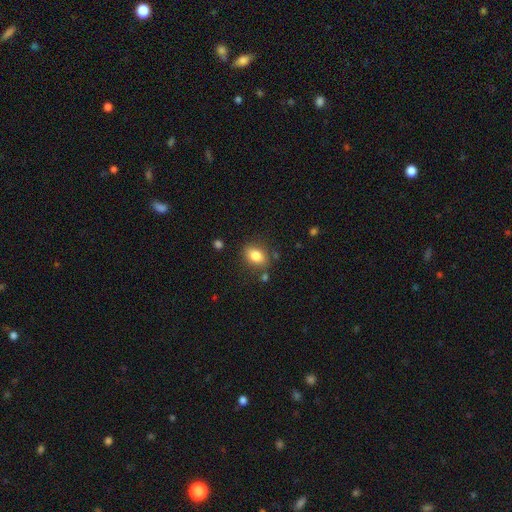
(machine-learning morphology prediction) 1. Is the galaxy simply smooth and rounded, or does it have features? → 83% smooth, 9% star or artifact, 8% featured or disk.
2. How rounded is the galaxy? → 75% in between, 24% round, 2% cigar-shaped.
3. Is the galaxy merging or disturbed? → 80% none, 12% minor disturbance, 4% merger, 4% major disturbance.